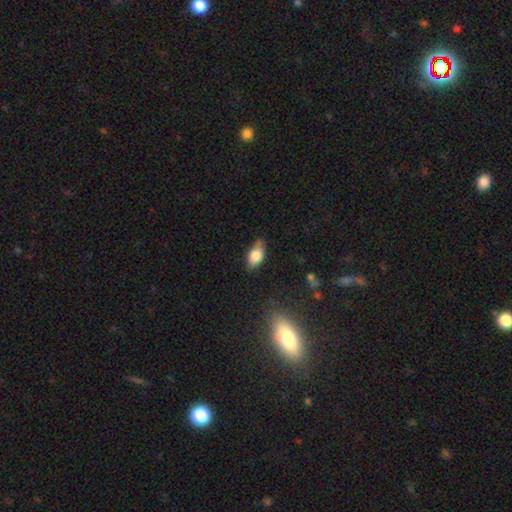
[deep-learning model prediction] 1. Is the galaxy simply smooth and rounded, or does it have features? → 78% smooth, 15% featured or disk, 8% star or artifact.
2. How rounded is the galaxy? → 89% in between, 6% round, 5% cigar-shaped.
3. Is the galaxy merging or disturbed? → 69% none, 24% minor disturbance, 5% major disturbance, 2% merger.